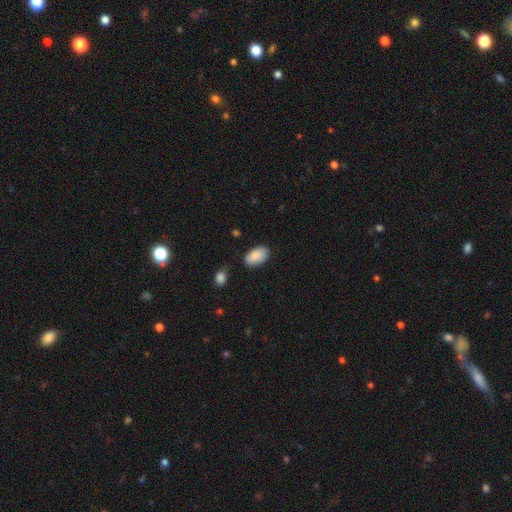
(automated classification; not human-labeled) Smooth or featured?
  - smooth: 87% *
  - star or artifact: 6%
  - featured or disk: 6%
How rounded?
  - in between: 94% *
  - round: 5%
  - cigar-shaped: 1%
Merging?
  - none: 76% *
  - minor disturbance: 17%
  - major disturbance: 3%
  - merger: 3%